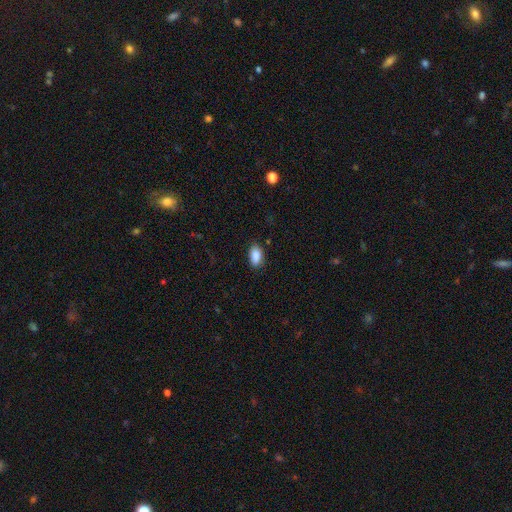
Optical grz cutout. It shows a smooth galaxy with no disk features (97%) that is in between round and cigar-shaped (95%). Merging: none (95%).